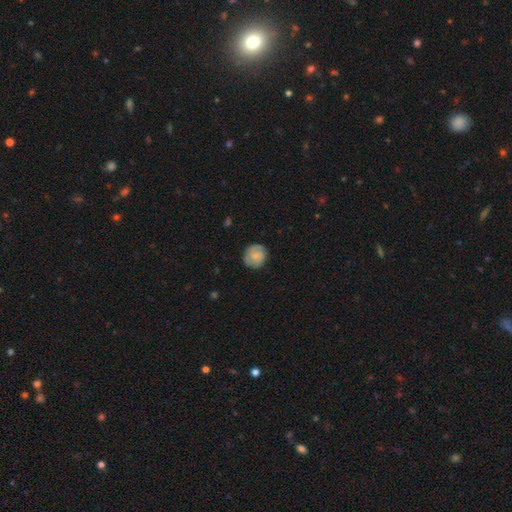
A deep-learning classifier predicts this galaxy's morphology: smooth 53%, featured or disk 40%, star or artifact 7%. Down the decision tree: how rounded — round (84%); merging — none (80%).